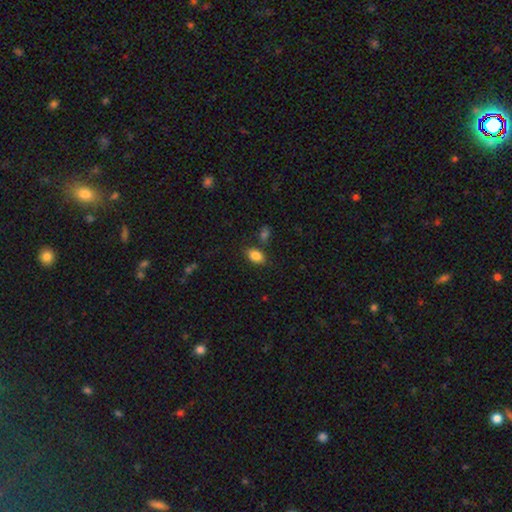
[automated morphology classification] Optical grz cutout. It shows a smooth galaxy with no disk features (85%) that is in between round and cigar-shaped (86%). Merging: none (78%).